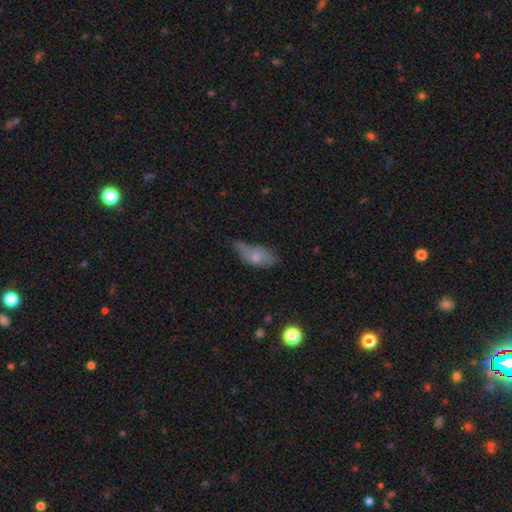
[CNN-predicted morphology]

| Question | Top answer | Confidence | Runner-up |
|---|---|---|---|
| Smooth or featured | smooth | 67% | featured or disk (24%) |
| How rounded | in between | 85% | cigar-shaped (11%) |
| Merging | minor disturbance | 41% | none (29%) |